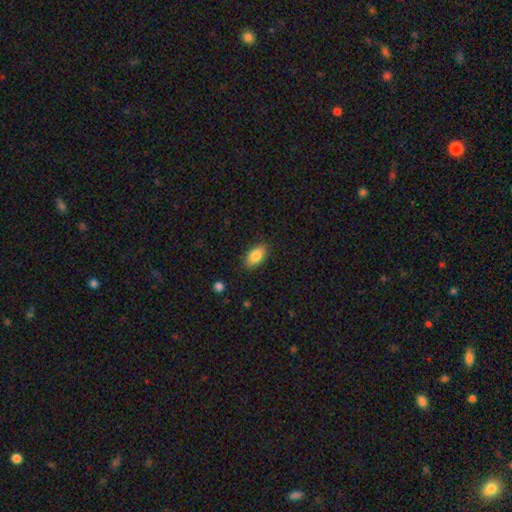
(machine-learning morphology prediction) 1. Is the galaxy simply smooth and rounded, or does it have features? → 85% smooth, 8% featured or disk, 7% star or artifact.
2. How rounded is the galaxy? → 91% in between, 5% cigar-shaped, 4% round.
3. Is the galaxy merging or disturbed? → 86% none, 10% minor disturbance, 2% major disturbance, 1% merger.